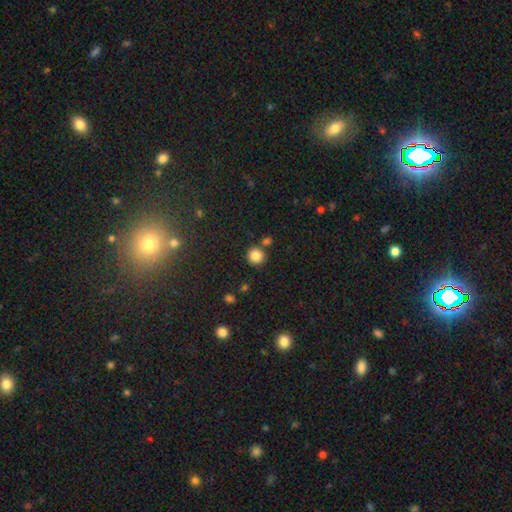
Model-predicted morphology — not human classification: This appears to be a smooth galaxy with no disk features (85%) that is round (93%). Merging: none (80%).